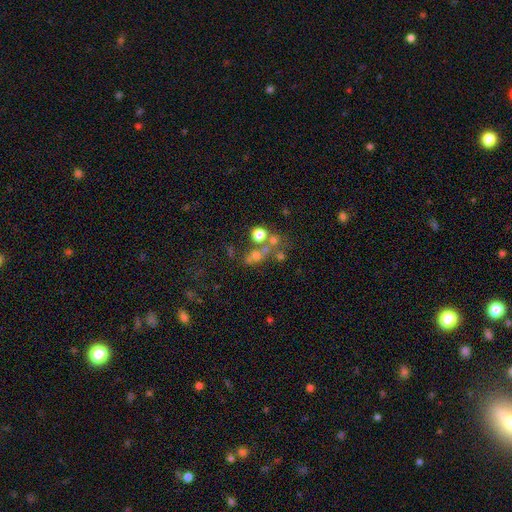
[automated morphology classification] Q: Smooth or featured?
A: smooth (53%); runner-up: star or artifact (25%)
Q: How rounded?
A: round (74%); runner-up: in between (24%)
Q: Merging?
A: none (44%); runner-up: merger (37%)